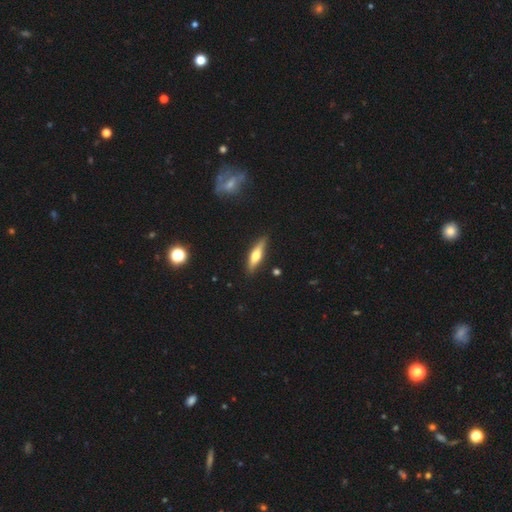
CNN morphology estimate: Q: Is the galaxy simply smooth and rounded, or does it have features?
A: featured or disk — 48%.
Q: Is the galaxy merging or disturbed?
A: none — 87%.